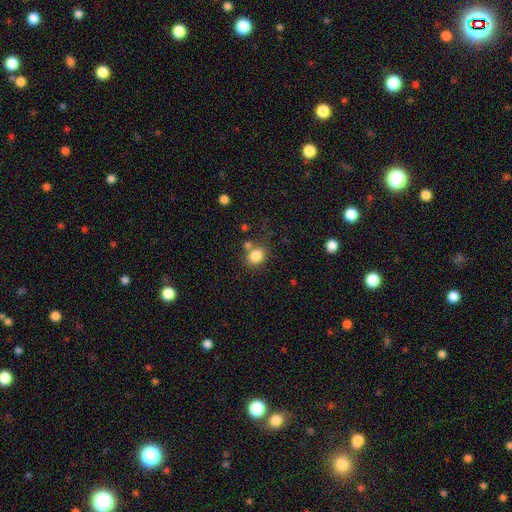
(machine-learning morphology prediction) smooth_or_featured: smooth (p=0.83) [alt: star or artifact p=0.10]
how_rounded: round (p=0.56) [alt: in between p=0.43]
merging: none (p=0.64) [alt: merger p=0.17]